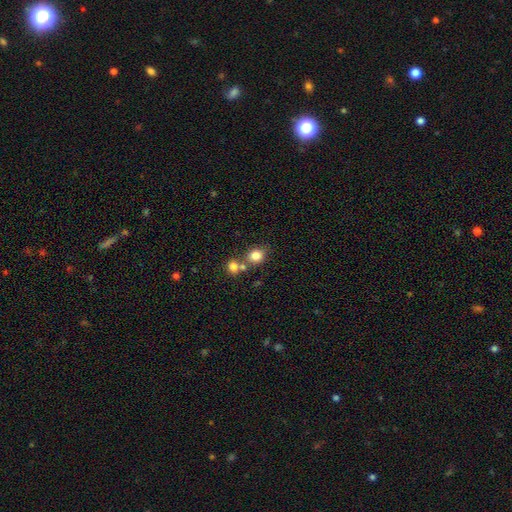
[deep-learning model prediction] Smooth or featured? Predicted: smooth (p=0.81). How rounded? Predicted: round (p=0.70). Merging? Predicted: none (p=0.56).